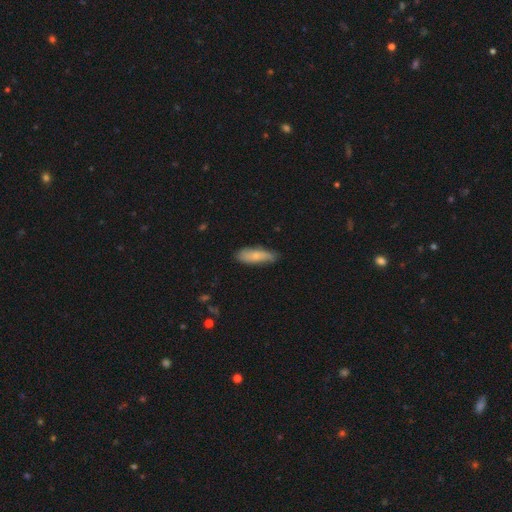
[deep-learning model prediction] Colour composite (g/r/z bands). It shows a smooth galaxy with no disk features (67%) that is in between round and cigar-shaped (55%). Merging: none (72%).